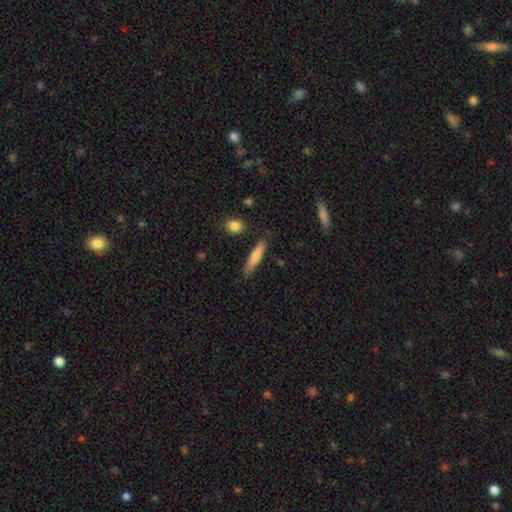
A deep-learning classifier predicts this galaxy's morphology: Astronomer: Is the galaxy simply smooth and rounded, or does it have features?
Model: smooth — 73%.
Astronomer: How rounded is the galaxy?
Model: cigar-shaped — 85%.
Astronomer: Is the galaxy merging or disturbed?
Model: none — 82%.